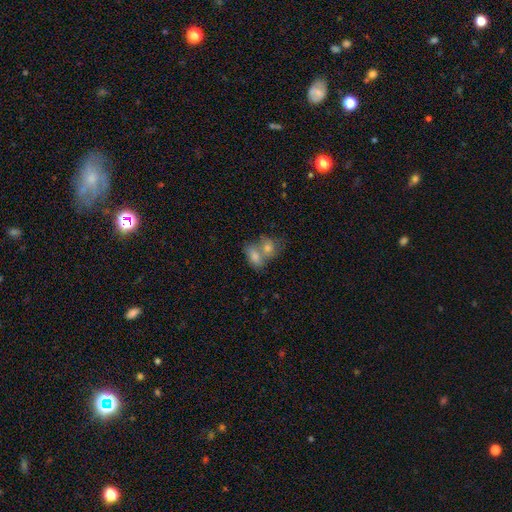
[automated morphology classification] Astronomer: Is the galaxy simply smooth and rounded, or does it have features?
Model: smooth — 74%.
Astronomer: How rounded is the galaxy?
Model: in between — 78%.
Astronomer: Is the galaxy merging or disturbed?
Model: merger — 68%.